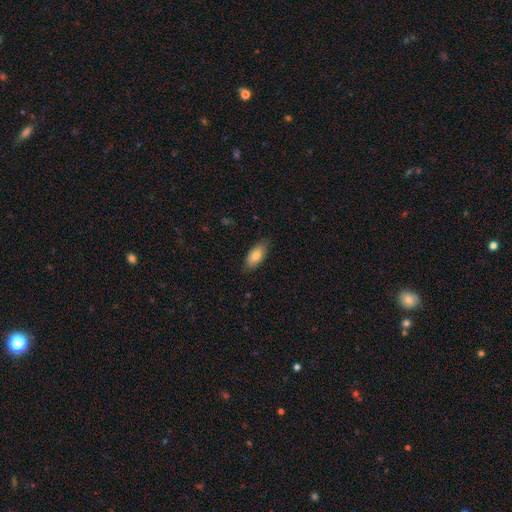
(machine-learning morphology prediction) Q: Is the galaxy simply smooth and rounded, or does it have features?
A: smooth — 77%.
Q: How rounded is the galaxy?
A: in between — 91%.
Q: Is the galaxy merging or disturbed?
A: none — 82%.